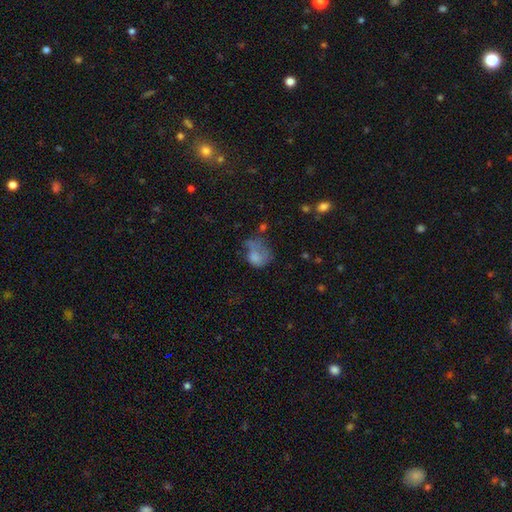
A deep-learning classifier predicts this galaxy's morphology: type=smooth (63%); roundness=in between (57%); merging=major disturbance (43%).